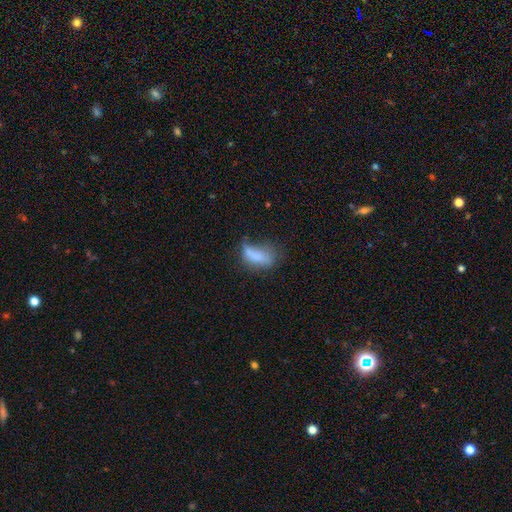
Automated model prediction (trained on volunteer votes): Smooth or featured? Predicted: smooth (p=0.63). How rounded? Predicted: in between (p=0.82). Merging? Predicted: major disturbance (p=0.38).